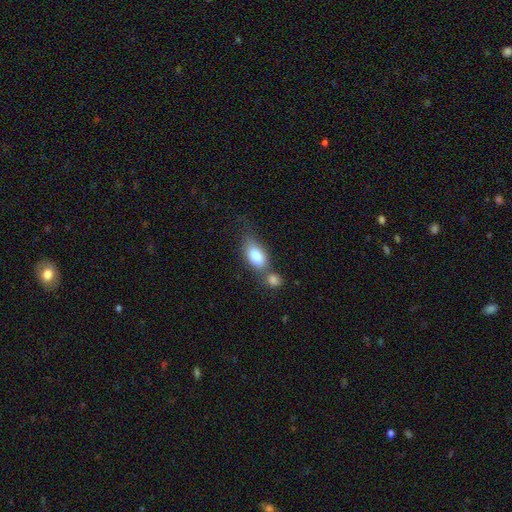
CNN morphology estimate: Smooth or featured: smooth — 79% (featured or disk — 13%)
How rounded: in between — 86% (round — 7%)
Merging: merger — 41% (none — 37%)